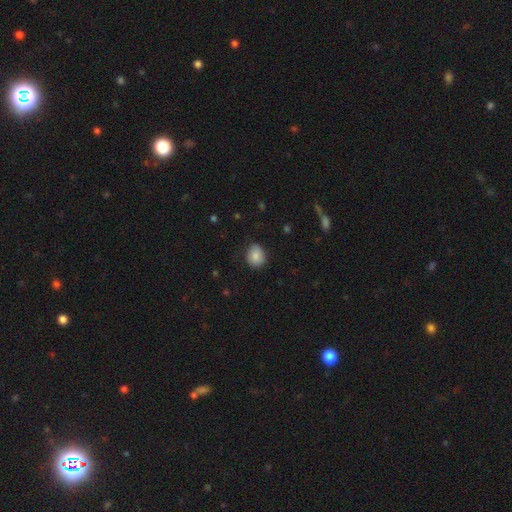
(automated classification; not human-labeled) Smooth or featured?
  - smooth: 85% *
  - star or artifact: 8%
  - featured or disk: 7%
How rounded?
  - round: 60% *
  - in between: 39%
  - cigar-shaped: 1%
Merging?
  - none: 78% *
  - minor disturbance: 17%
  - major disturbance: 4%
  - merger: 1%